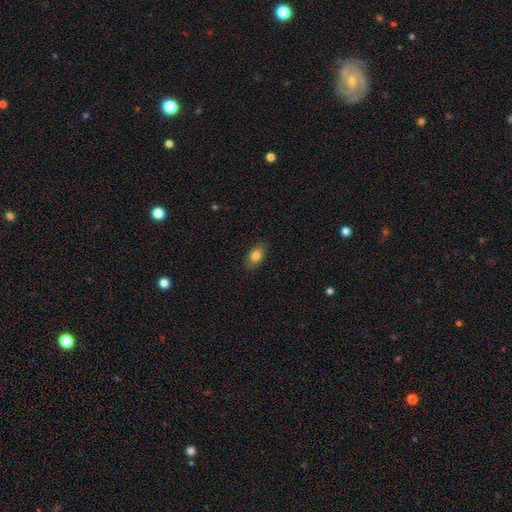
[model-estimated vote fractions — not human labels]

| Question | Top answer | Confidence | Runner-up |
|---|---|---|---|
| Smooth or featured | smooth | 79% | featured or disk (12%) |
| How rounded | in between | 86% | round (10%) |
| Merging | none | 87% | minor disturbance (10%) |